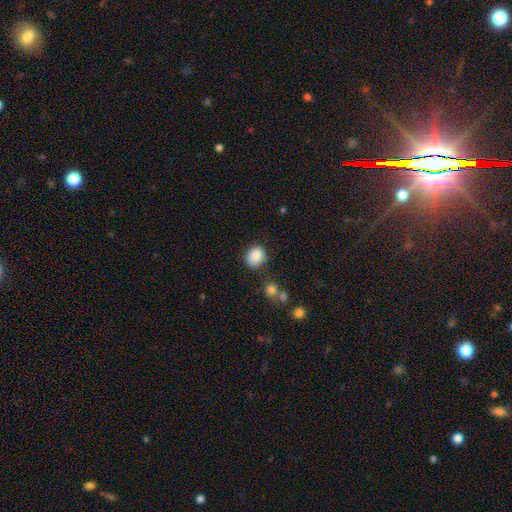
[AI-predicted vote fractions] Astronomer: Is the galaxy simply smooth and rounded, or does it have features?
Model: smooth — 86%.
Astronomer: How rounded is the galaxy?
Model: round — 64%.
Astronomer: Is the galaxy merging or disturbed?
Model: none — 75%.